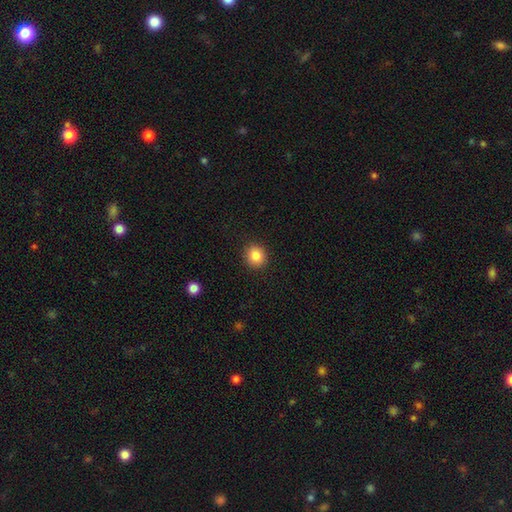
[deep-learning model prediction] Q: Smooth or featured?
A: smooth (85%); runner-up: star or artifact (10%)
Q: How rounded?
A: round (86%); runner-up: in between (13%)
Q: Merging?
A: none (91%); runner-up: minor disturbance (6%)